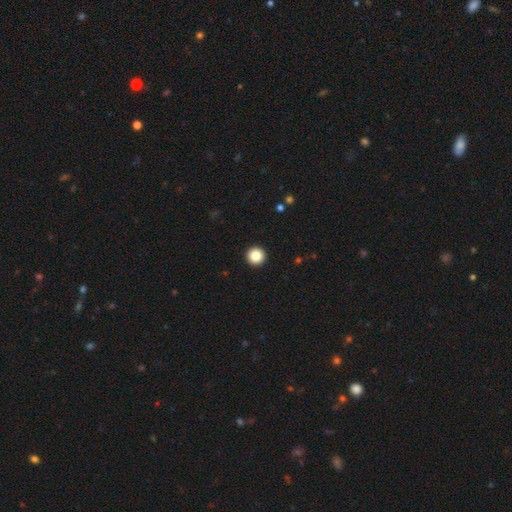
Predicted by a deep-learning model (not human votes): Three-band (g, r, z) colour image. It shows a smooth galaxy with no disk features (87%) that is round (97%). Merging: none (94%).